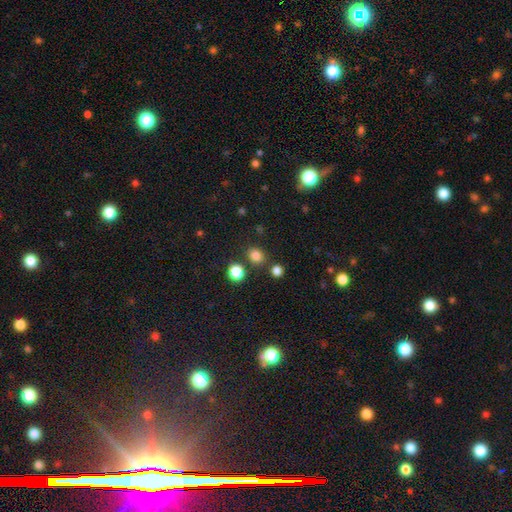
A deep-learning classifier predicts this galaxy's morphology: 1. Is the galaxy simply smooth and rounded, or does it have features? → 80% smooth, 16% star or artifact, 4% featured or disk.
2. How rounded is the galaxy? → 78% round, 22% in between, 1% cigar-shaped.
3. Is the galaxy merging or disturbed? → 81% none, 8% merger, 8% minor disturbance, 3% major disturbance.